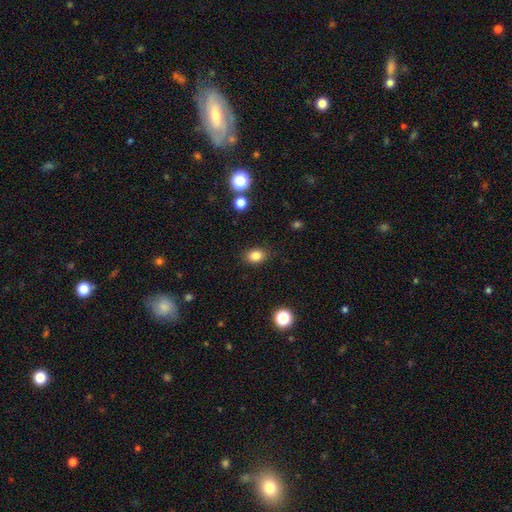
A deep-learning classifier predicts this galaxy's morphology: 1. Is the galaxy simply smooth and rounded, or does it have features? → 84% smooth, 11% star or artifact, 6% featured or disk.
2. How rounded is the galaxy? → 67% in between, 32% round, 1% cigar-shaped.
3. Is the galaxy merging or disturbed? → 86% none, 10% minor disturbance, 3% major disturbance, 1% merger.